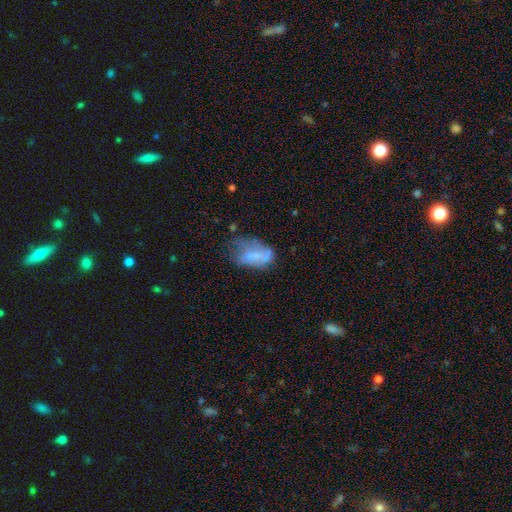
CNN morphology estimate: Q: Smooth or featured?
A: smooth (57%); runner-up: featured or disk (33%)
Q: How rounded?
A: in between (88%); runner-up: cigar-shaped (7%)
Q: Merging?
A: minor disturbance (32%); runner-up: major disturbance (30%)